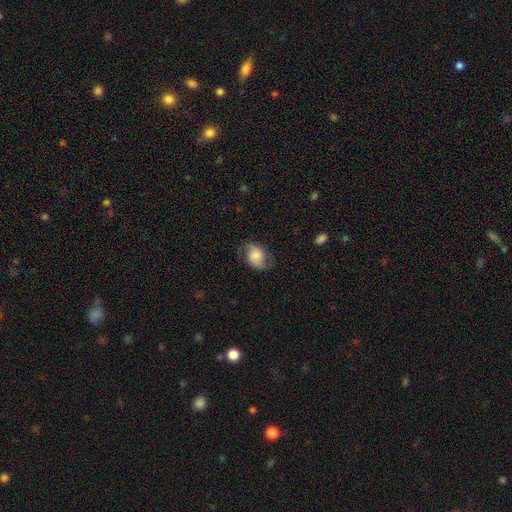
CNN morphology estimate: This is possibly a smooth galaxy (52%). How rounded: likely in between (74%). Merging: likely none (66%).